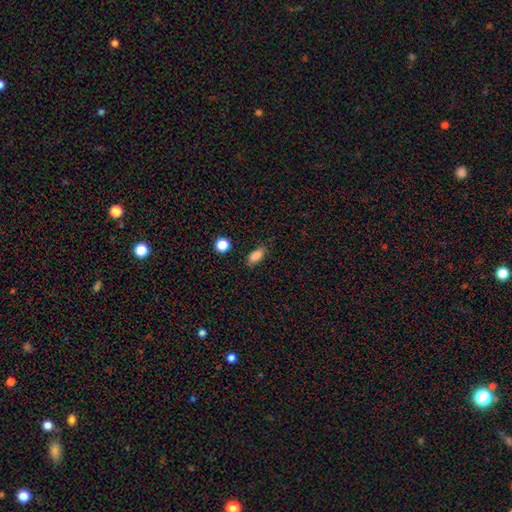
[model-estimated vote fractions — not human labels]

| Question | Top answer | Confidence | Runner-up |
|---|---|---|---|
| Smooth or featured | smooth | 85% | star or artifact (10%) |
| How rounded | in between | 84% | cigar-shaped (11%) |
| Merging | none | 81% | minor disturbance (14%) |